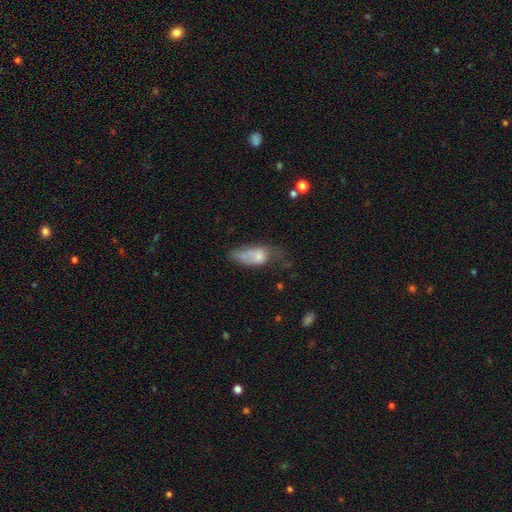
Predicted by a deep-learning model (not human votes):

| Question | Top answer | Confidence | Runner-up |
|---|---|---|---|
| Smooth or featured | smooth | 58% | featured or disk (32%) |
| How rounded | in between | 84% | cigar-shaped (10%) |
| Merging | major disturbance | 30% | none (24%) |